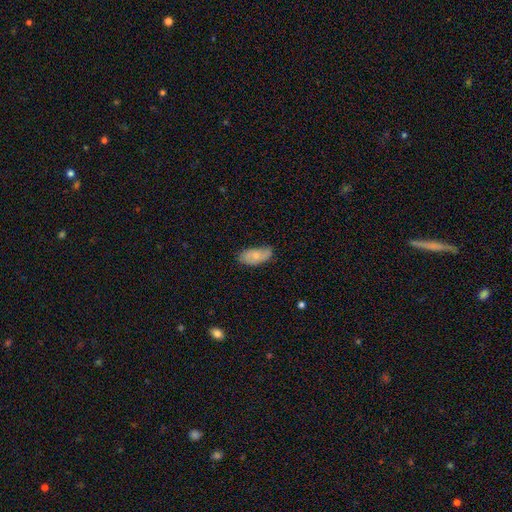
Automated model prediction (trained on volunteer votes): Smooth or featured: smooth — 63% (featured or disk — 31%)
How rounded: in between — 91% (cigar-shaped — 6%)
Merging: none — 59% (minor disturbance — 33%)